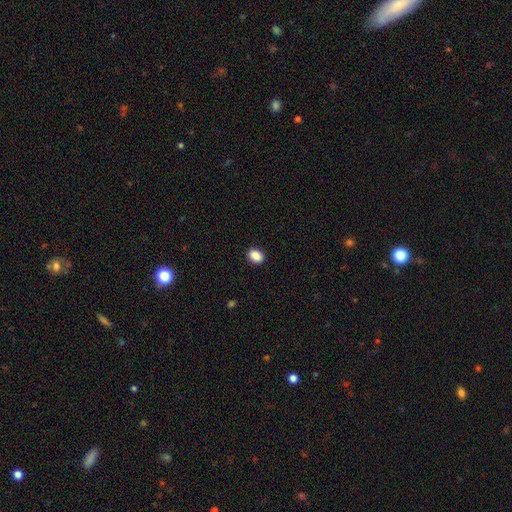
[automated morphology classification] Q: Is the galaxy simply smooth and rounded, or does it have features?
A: smooth — 89%.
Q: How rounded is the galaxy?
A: in between — 70%.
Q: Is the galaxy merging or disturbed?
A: none — 89%.